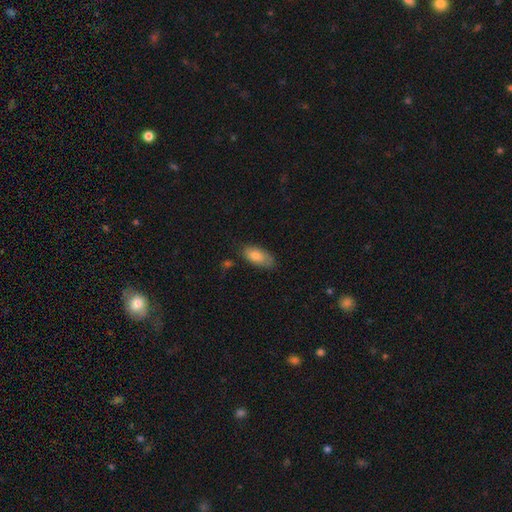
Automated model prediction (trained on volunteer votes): Q: Smooth or featured?
A: smooth (80%); runner-up: featured or disk (13%)
Q: How rounded?
A: in between (91%); runner-up: cigar-shaped (7%)
Q: Merging?
A: none (69%); runner-up: minor disturbance (23%)